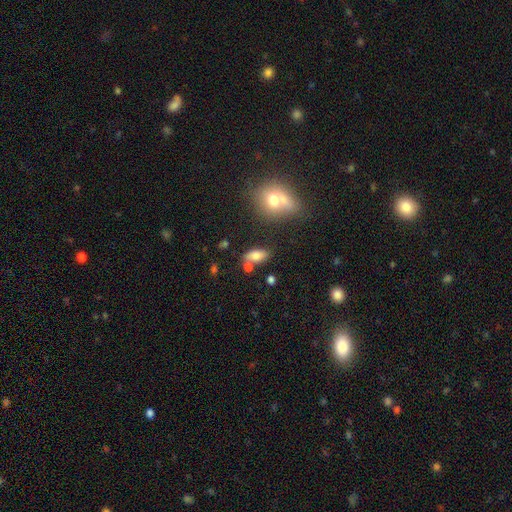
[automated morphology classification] type=smooth (75%); roundness=in between (85%); merging=none (67%).